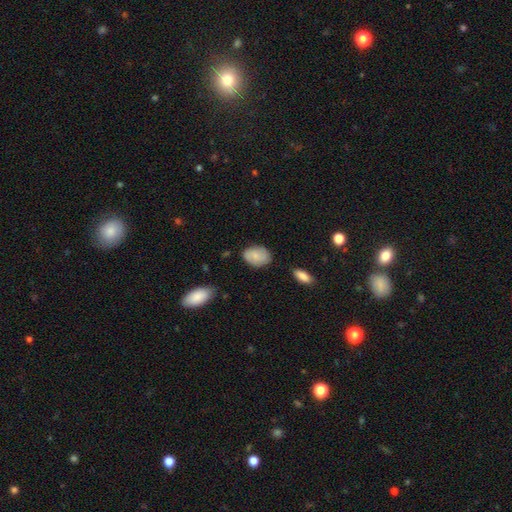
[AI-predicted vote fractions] smooth 81%, featured or disk 12%, star or artifact 7%. Down the decision tree: how rounded — in between (81%); merging — none (73%).